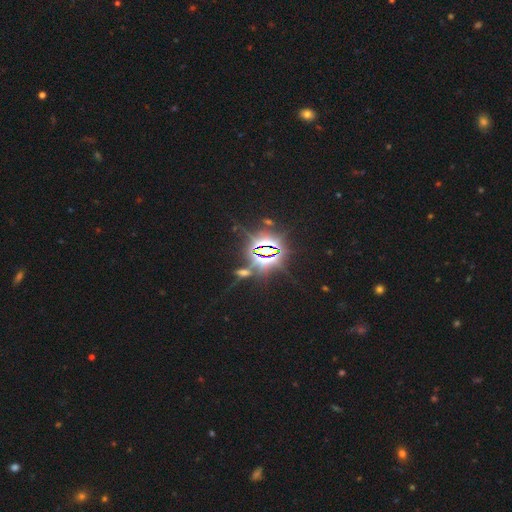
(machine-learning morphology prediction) smooth_or_featured: star or artifact (p=0.86) [alt: smooth p=0.08]